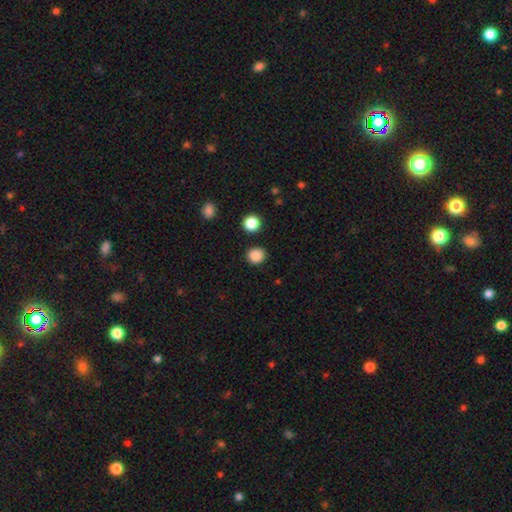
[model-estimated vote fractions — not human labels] smooth_or_featured: smooth (p=0.86) [alt: star or artifact p=0.11]
how_rounded: round (p=0.87) [alt: in between p=0.12]
merging: none (p=0.88) [alt: minor disturbance p=0.07]